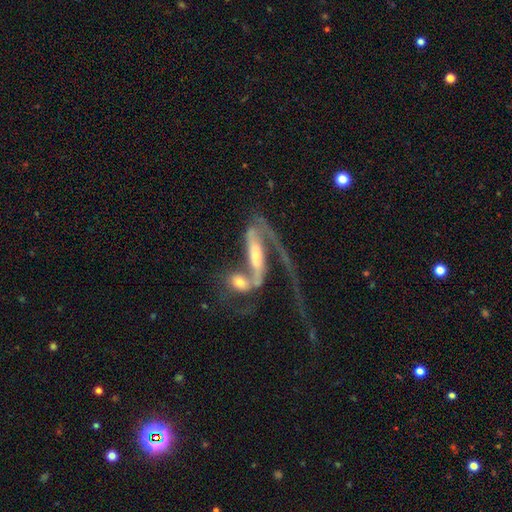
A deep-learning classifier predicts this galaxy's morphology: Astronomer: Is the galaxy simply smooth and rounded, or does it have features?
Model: featured or disk — 77%.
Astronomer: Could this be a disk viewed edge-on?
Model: no — 81%.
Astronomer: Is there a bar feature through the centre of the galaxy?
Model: strong — 39% (runner-up: no, 34%).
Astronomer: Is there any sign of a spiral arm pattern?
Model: yes — 80%.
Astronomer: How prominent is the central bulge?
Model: moderate — 42% (runner-up: small, 40%).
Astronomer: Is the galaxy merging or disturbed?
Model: merger — 62%.